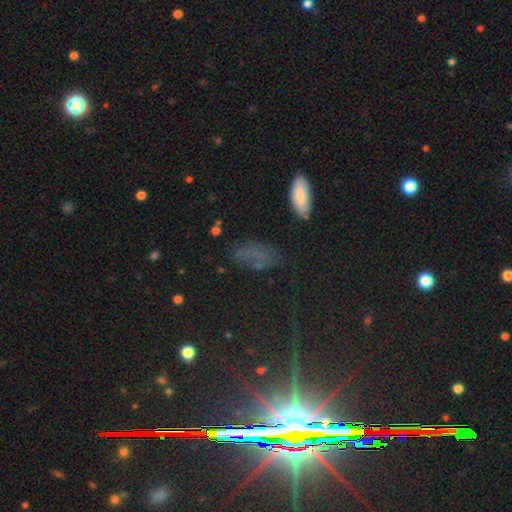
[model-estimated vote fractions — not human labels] smooth_or_featured: smooth (p=0.46) [alt: star or artifact p=0.36]
merging: none (p=0.62) [alt: minor disturbance p=0.22]